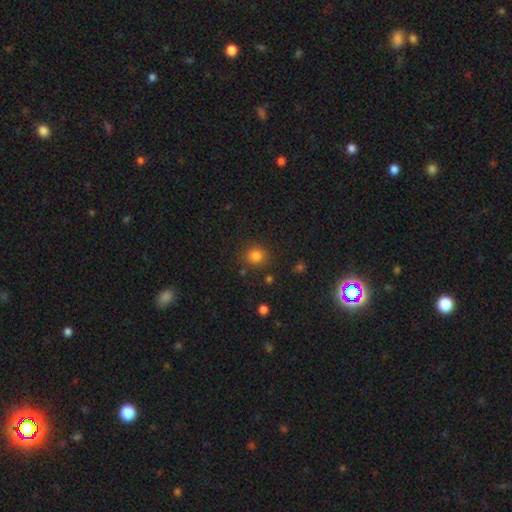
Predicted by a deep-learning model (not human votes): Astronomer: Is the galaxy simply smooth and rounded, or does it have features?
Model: smooth — 82%.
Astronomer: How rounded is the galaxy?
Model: round — 85%.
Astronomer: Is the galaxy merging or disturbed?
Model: none — 83%.